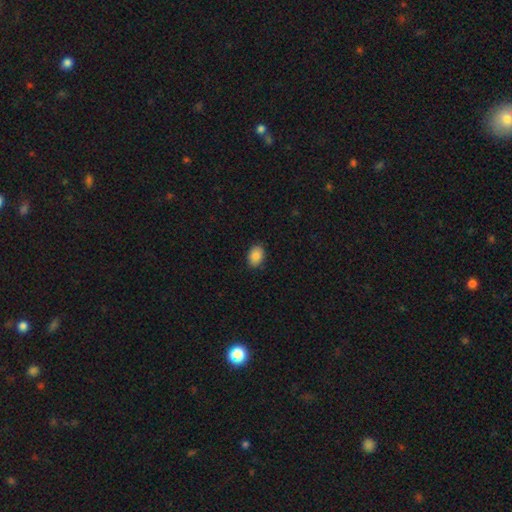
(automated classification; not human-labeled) Smooth or featured: smooth — 88% (star or artifact — 8%)
How rounded: in between — 80% (round — 19%)
Merging: none — 88% (minor disturbance — 9%)